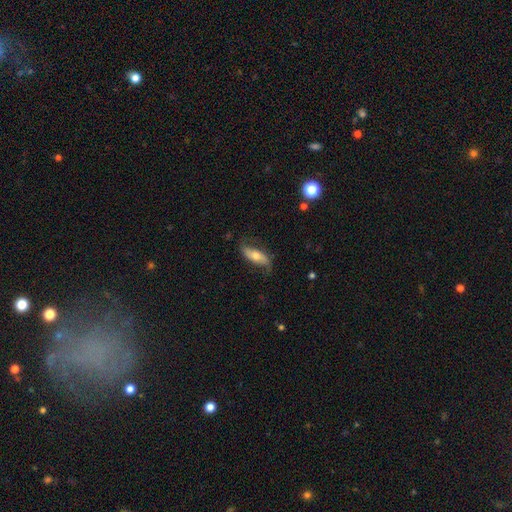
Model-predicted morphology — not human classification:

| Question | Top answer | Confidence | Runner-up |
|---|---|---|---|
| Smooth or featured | featured or disk | 54% | smooth (38%) |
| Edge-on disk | no | 78% | yes (22%) |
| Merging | none | 68% | minor disturbance (22%) |